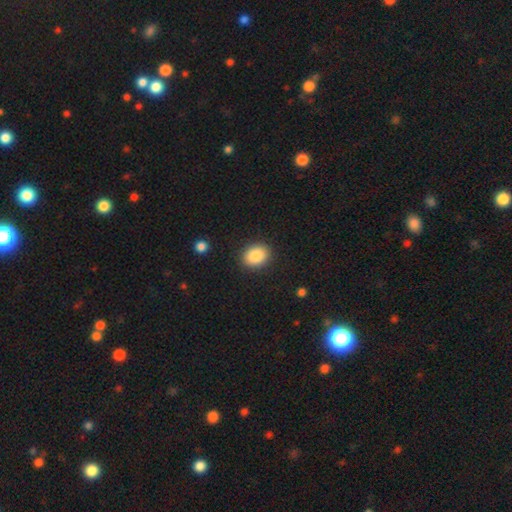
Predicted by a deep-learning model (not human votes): Smooth or featured?
  - smooth: 86% *
  - star or artifact: 8%
  - featured or disk: 6%
How rounded?
  - in between: 50% *
  - round: 49%
  - cigar-shaped: 1%
Merging?
  - none: 89% *
  - minor disturbance: 8%
  - major disturbance: 2%
  - merger: 1%